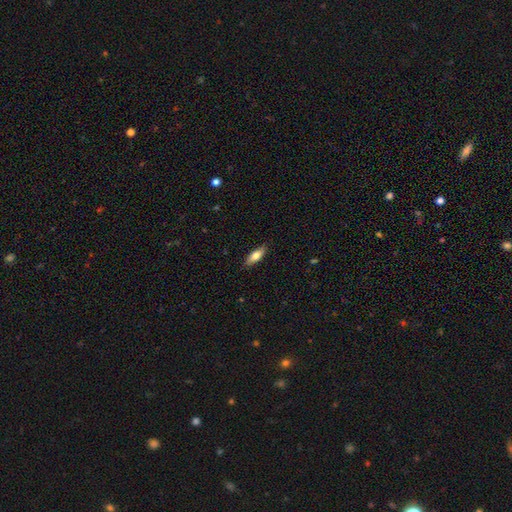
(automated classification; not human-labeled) This is likely a smooth galaxy (72%). How rounded: likely in between (61%). Merging: clearly none (86%).